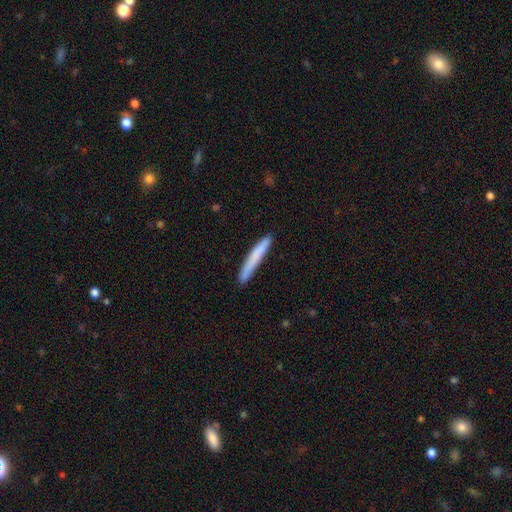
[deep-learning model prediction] Smooth or featured? Predicted: smooth (p=0.75). How rounded? Predicted: cigar-shaped (p=0.96). Merging? Predicted: none (p=0.86).